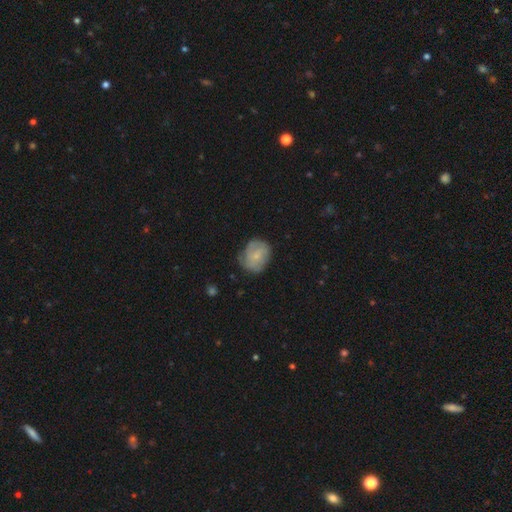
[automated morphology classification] type=smooth (47%); merging=none (65%).